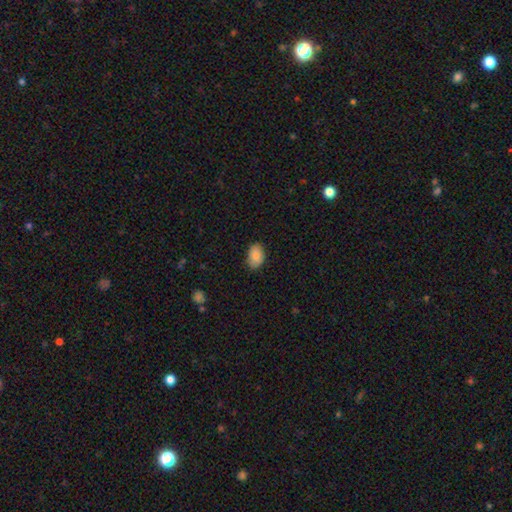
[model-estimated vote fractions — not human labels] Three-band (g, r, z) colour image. It shows a smooth galaxy with no disk features (87%) that is in between round and cigar-shaped (87%). Merging: none (83%).